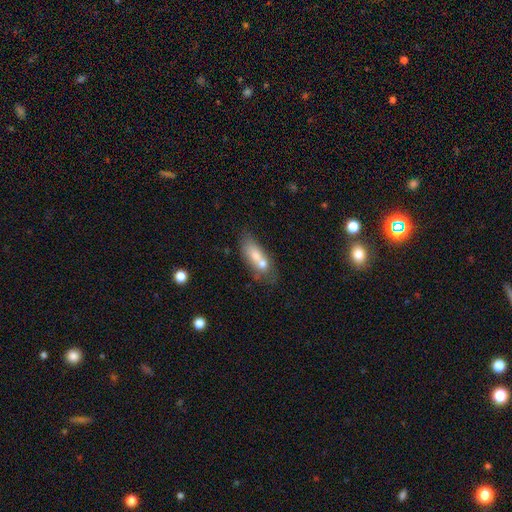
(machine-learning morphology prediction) A smooth galaxy with no disk features (65%) that is in between round and cigar-shaped (70%).

Vote fractions:
- Smooth or featured? smooth: 65% / featured or disk: 26% / star or artifact: 9%
- How rounded? in between: 70% / cigar-shaped: 21% / round: 9%
- Merging? merger: 49% / none: 33% / minor disturbance: 12% / major disturbance: 6%